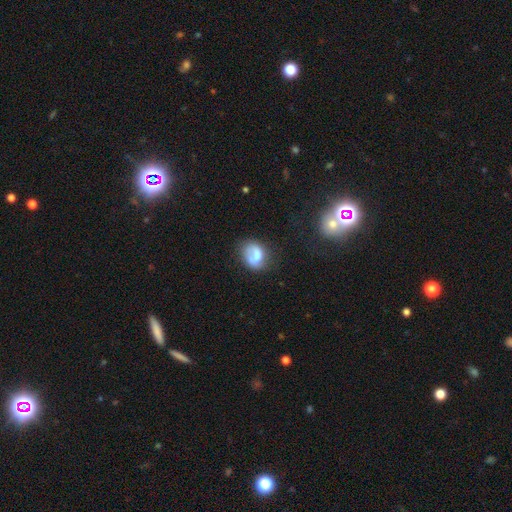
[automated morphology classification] Smooth or featured: smooth — 54% (featured or disk — 36%)
How rounded: in between — 56% (round — 43%)
Merging: none — 47% (minor disturbance — 27%)